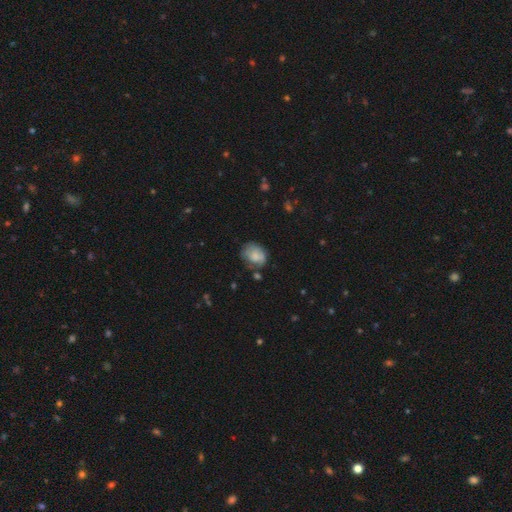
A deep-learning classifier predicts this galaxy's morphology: smooth-or-featured: smooth: 66% | featured or disk: 26% | star or artifact: 9%
  how-rounded: in between: 55% | round: 44% | cigar-shaped: 1%
  merging: none: 52% | minor disturbance: 29% | major disturbance: 13% | merger: 5%